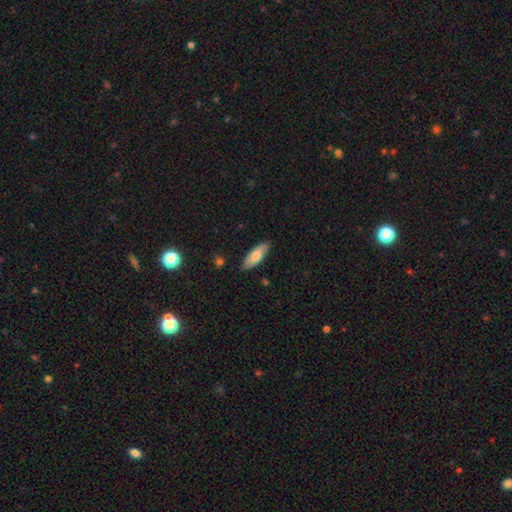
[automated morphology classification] Overall: smooth (74%). How rounded: in between (68%; cigar-shaped 30%). Merging: none (85%).